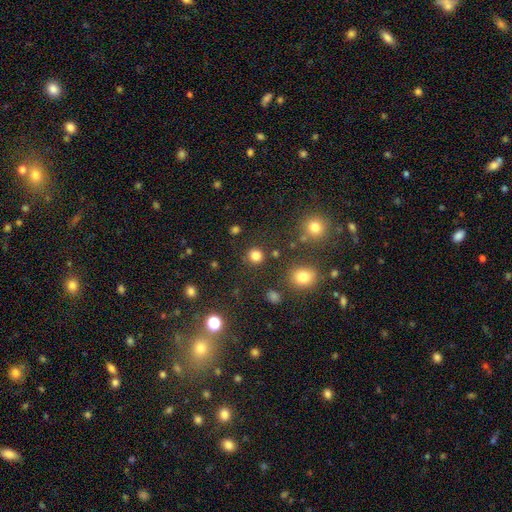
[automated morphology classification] smooth-or-featured: smooth: 81% | star or artifact: 15% | featured or disk: 4%
  how-rounded: round: 90% | in between: 9% | cigar-shaped: 1%
  merging: none: 86% | minor disturbance: 7% | merger: 4% | major disturbance: 3%